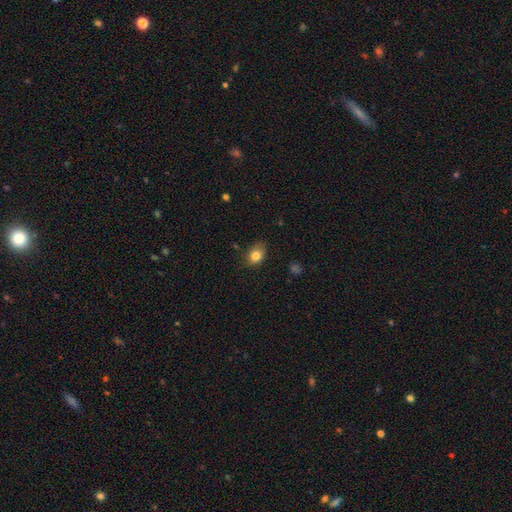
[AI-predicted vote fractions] Smooth or featured: smooth — 83% (star or artifact — 10%)
How rounded: in between — 68% (round — 31%)
Merging: none — 75% (minor disturbance — 20%)